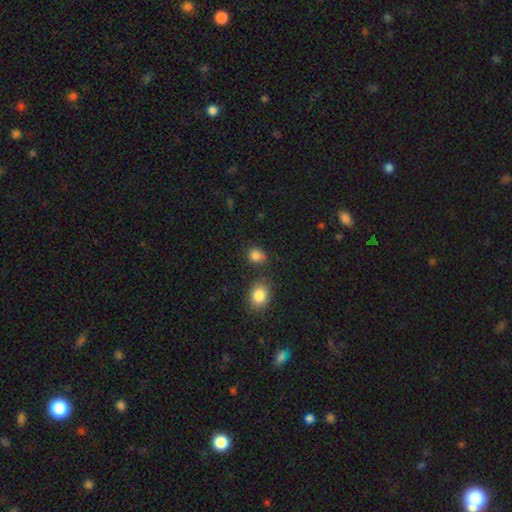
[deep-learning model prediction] Overall: smooth (83%). How rounded: round (70%). Merging: none (69%).